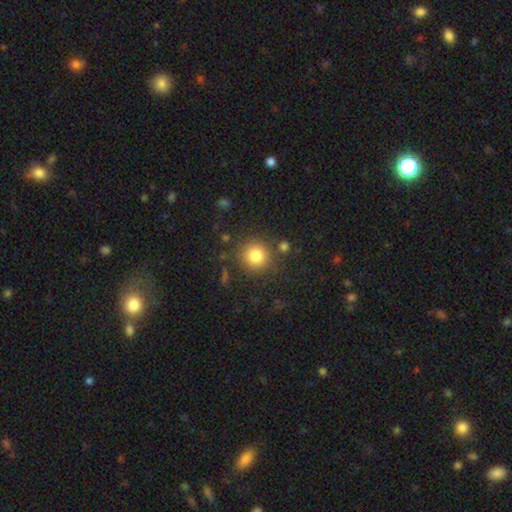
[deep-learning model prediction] Overall: smooth (83%). How rounded: round (93%). Merging: none (83%).